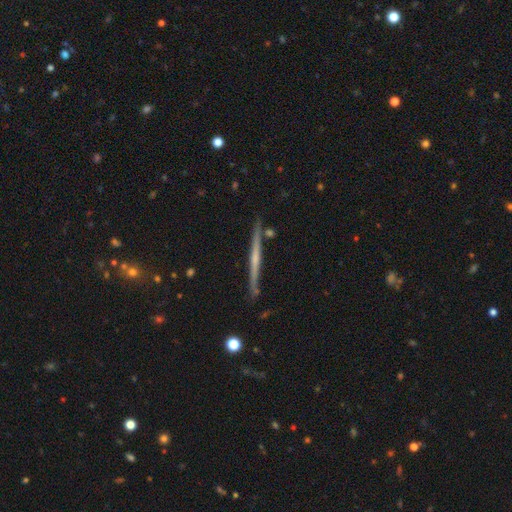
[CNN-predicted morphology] smooth_or_featured: featured or disk (p=0.74) [alt: smooth p=0.20]
disk_edge_on: yes (p=0.98) [alt: no p=0.02]
edge_on_bulge: none (p=0.48) [alt: rounded p=0.44]
merging: none (p=0.89) [alt: minor disturbance p=0.08]